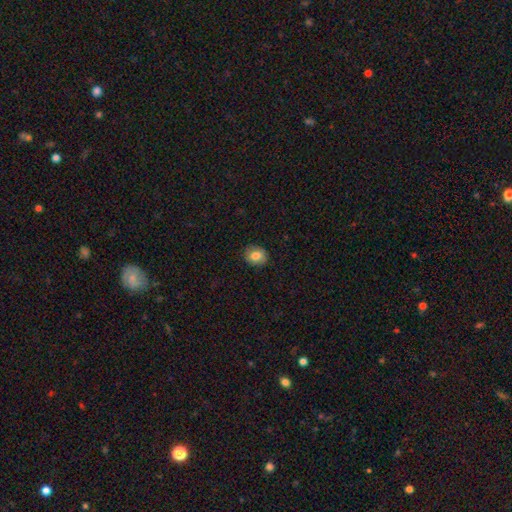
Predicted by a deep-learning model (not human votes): Morphology: type=smooth (80%); roundness=round (70%); merging=none (87%).